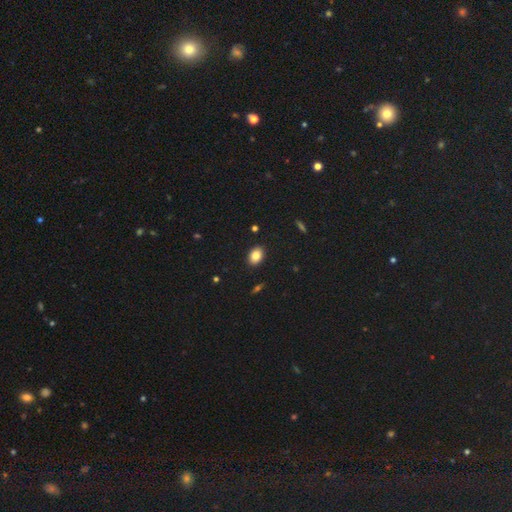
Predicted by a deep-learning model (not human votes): This appears to be a smooth galaxy with no disk features (83%) that is in between round and cigar-shaped (77%). Merging: none (90%).